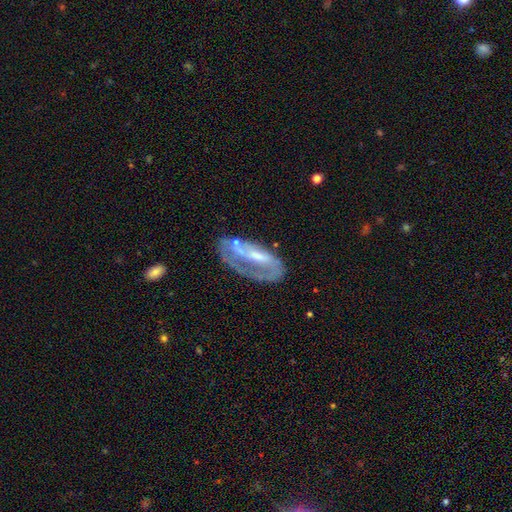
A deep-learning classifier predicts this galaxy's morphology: Smooth or featured: featured or disk — 72% (smooth — 22%)
Edge-on disk: no — 91% (yes — 9%)
Bar: weak — 36% (no — 35%)
Spiral arms: yes — 72% (no — 28%)
Bulge size: small — 41% (moderate — 34%)
Merging: none — 42% (major disturbance — 29%)